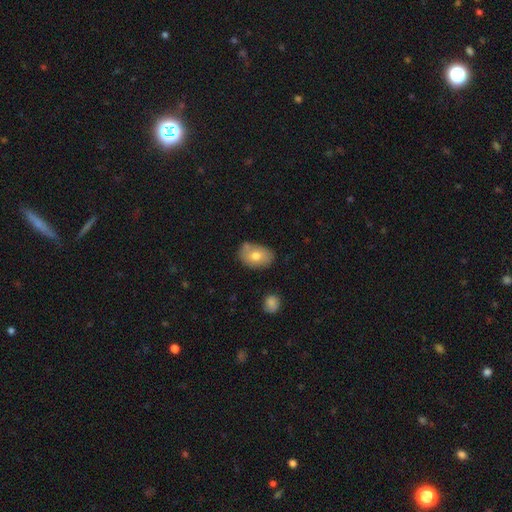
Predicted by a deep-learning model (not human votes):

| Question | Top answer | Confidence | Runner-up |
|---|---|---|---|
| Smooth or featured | smooth | 72% | featured or disk (20%) |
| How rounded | in between | 83% | round (16%) |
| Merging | none | 64% | minor disturbance (25%) |